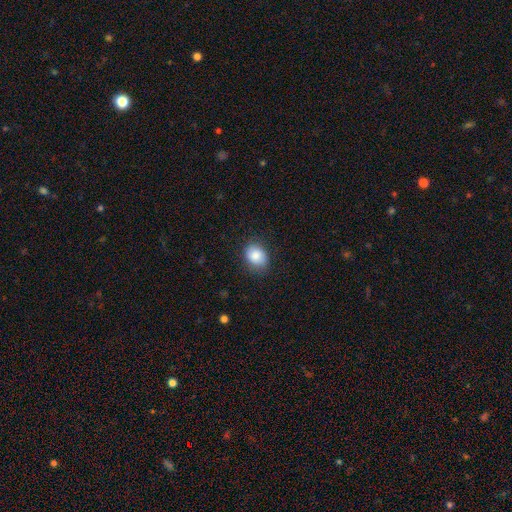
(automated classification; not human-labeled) Smooth or featured? smooth (86%)
How rounded? in between (58%)
Merging? none (83%)